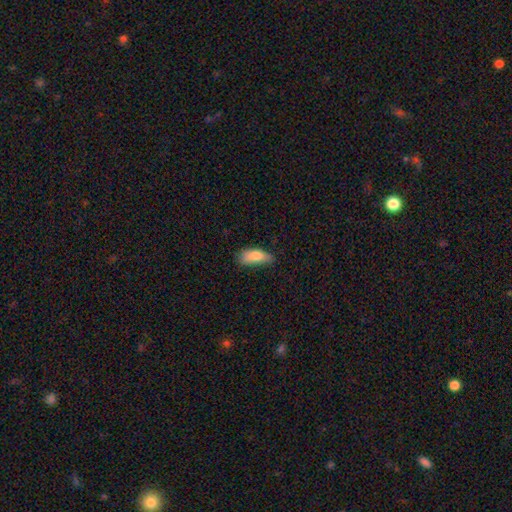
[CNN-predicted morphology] Smooth or featured: smooth — 79% (featured or disk — 14%)
How rounded: in between — 71% (cigar-shaped — 27%)
Merging: none — 52% (minor disturbance — 34%)